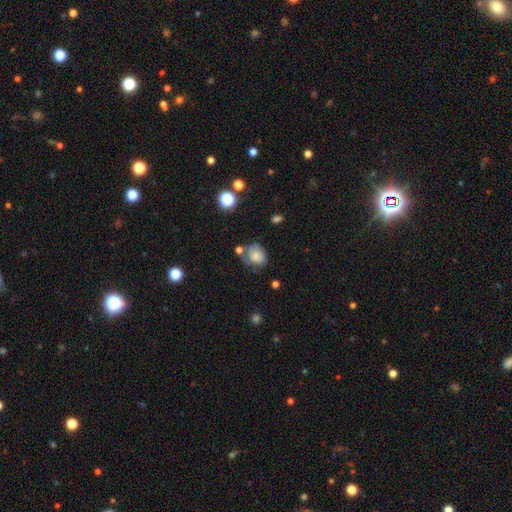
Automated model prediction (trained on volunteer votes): Smooth or featured? smooth (73%)
How rounded? round (52%)
Merging? none (44%)